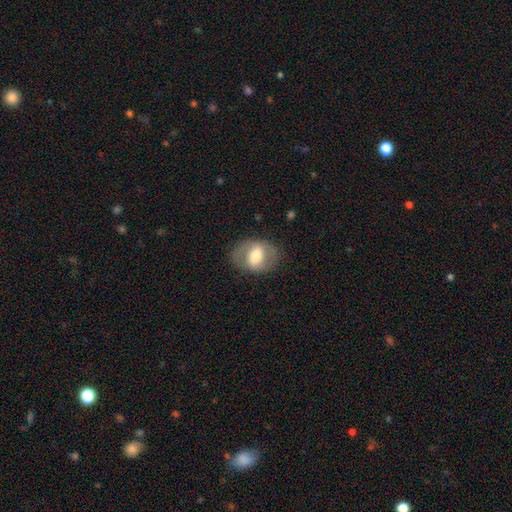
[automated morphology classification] Overall: featured or disk (50%; smooth 44%). Merging: none (78%).